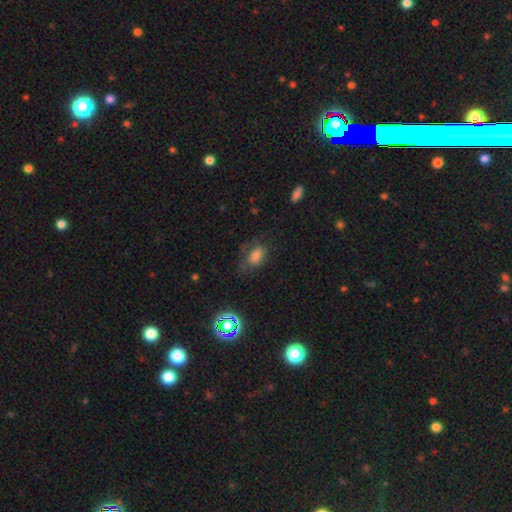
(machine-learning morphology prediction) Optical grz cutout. It shows a smooth galaxy with no disk features (67%) that is in between round and cigar-shaped (83%). Merging: none (56%).